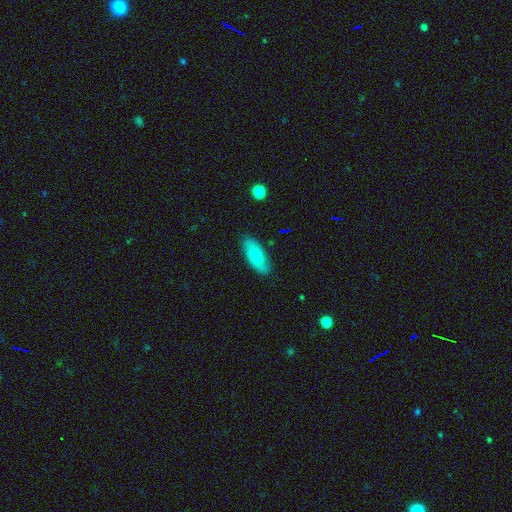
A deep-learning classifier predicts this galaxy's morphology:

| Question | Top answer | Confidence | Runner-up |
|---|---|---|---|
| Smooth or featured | smooth | 72% | featured or disk (22%) |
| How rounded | in between | 86% | cigar-shaped (12%) |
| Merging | none | 84% | minor disturbance (13%) |